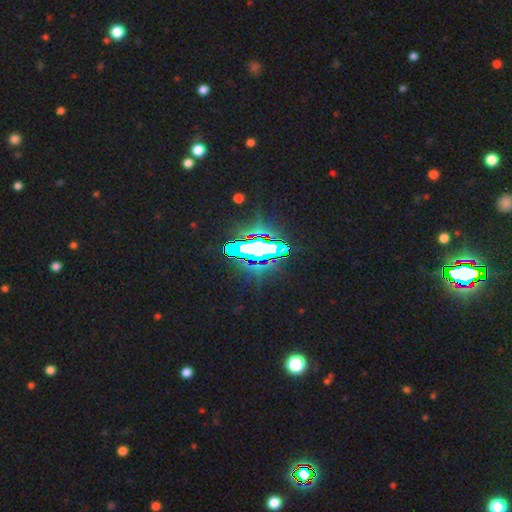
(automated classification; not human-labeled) star or artifact 82%, smooth 9%, featured or disk 9%.